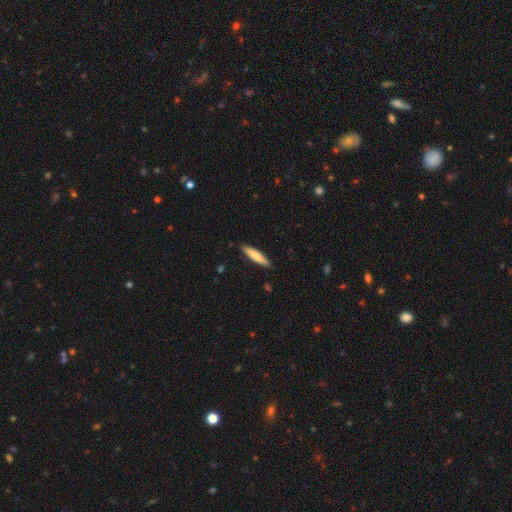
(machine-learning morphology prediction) The model was most divided on "smooth or featured": smooth: 75%, featured or disk: 20%, star or artifact: 5%. More confident: merging — none (89%); how rounded — cigar-shaped (84%).